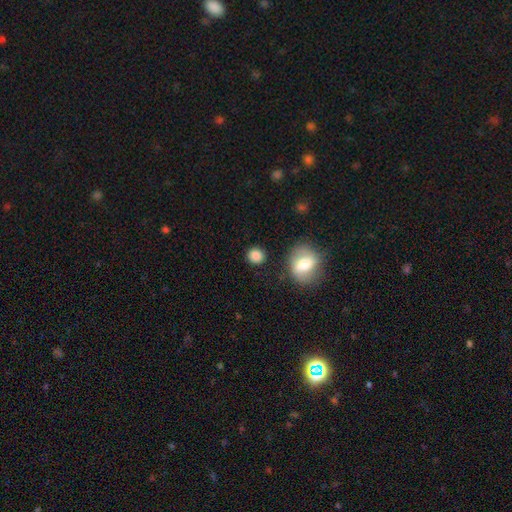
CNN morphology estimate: This is clearly a smooth galaxy (85%). How rounded: clearly round (88%). Merging: clearly none (83%).